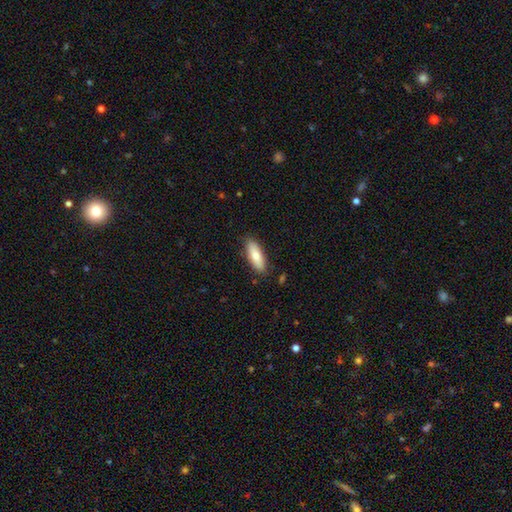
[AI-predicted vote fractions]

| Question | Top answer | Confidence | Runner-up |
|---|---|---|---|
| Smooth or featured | smooth | 76% | featured or disk (18%) |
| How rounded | in between | 61% | cigar-shaped (38%) |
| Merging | none | 85% | minor disturbance (11%) |